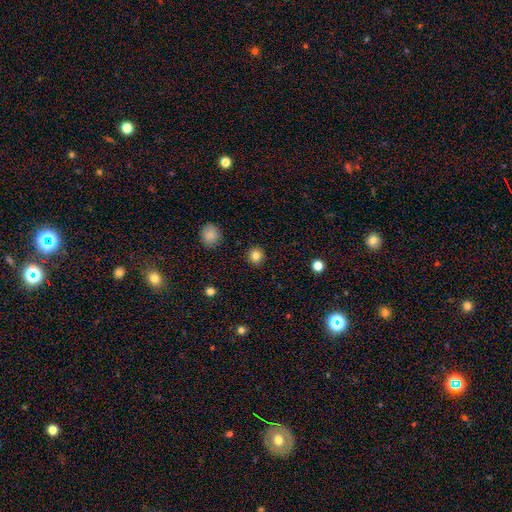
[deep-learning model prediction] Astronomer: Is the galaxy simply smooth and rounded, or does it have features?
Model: smooth — 84%.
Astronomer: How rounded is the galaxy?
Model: round — 91%.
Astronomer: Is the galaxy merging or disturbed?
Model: none — 92%.